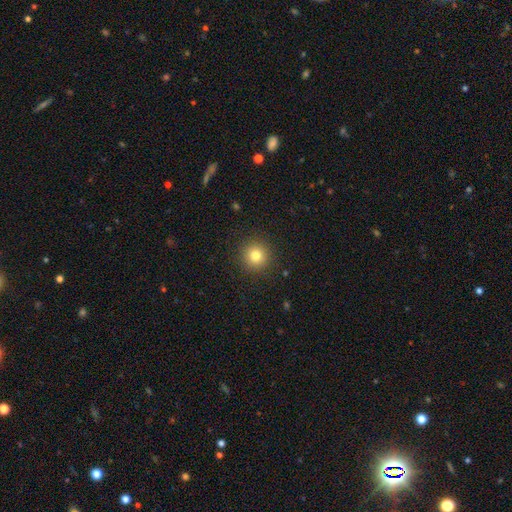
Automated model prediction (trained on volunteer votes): Smooth or featured: smooth — 80% (star or artifact — 13%)
How rounded: round — 95% (in between — 4%)
Merging: none — 91% (minor disturbance — 5%)